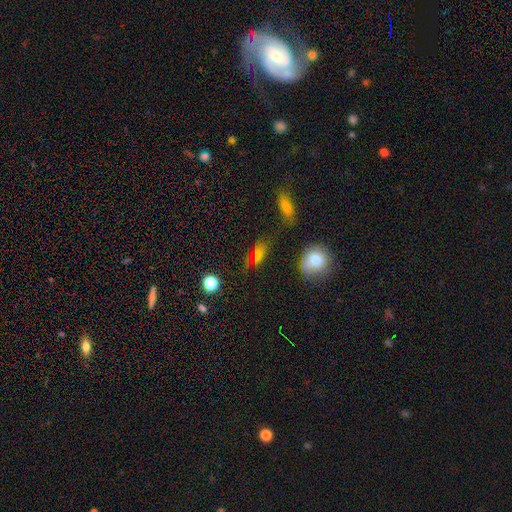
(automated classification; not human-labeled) Smooth or featured? smooth (55%)
How rounded? in between (62%)
Merging? none (63%)